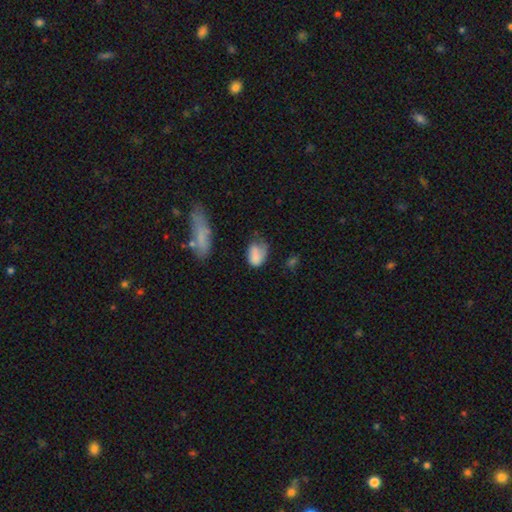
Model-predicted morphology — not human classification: Overall: smooth (73%). How rounded: in between (80%). Merging: minor disturbance (35%; none 32%).